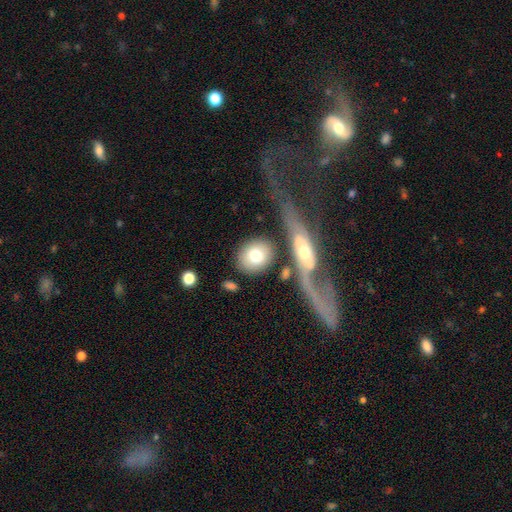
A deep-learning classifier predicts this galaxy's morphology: This is likely a smooth galaxy (73%). How rounded: likely round (60%). Merging: likely none (68%).